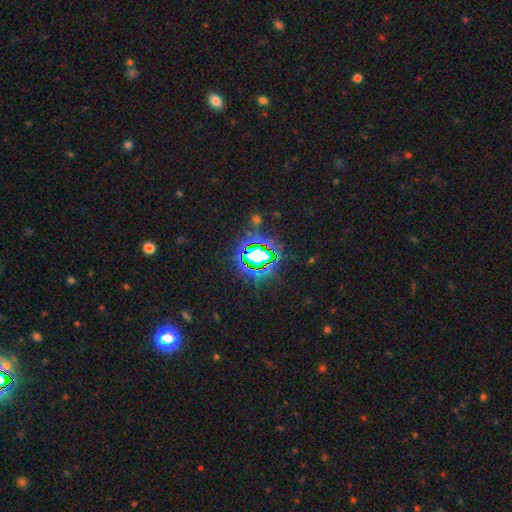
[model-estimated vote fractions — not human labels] The model was most divided on "smooth or featured": star or artifact: 75%, smooth: 15%, featured or disk: 10%.